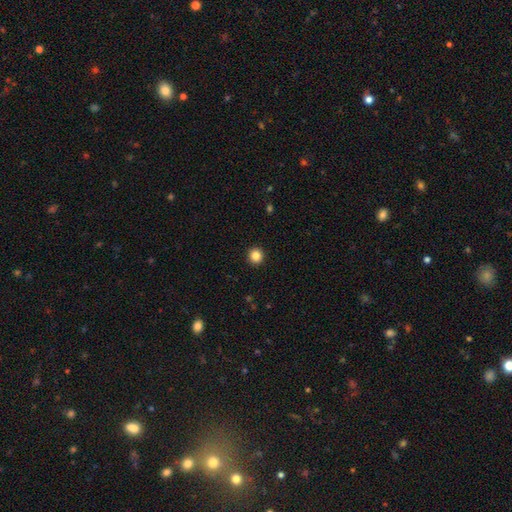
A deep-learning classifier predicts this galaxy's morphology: Smooth or featured?
  - smooth: 85% *
  - star or artifact: 11%
  - featured or disk: 4%
How rounded?
  - round: 94% *
  - in between: 5%
  - cigar-shaped: 1%
Merging?
  - none: 93% *
  - minor disturbance: 4%
  - major disturbance: 1%
  - merger: 1%